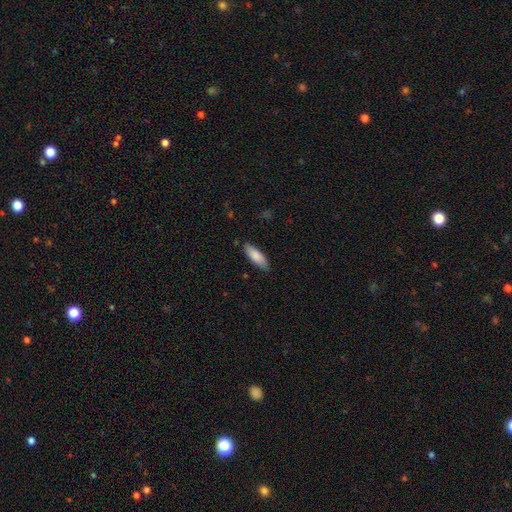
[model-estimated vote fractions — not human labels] Smooth or featured? smooth (86%)
How rounded? in between (62%)
Merging? none (84%)